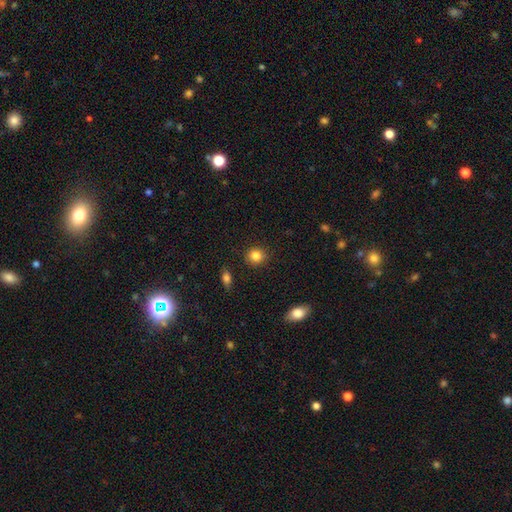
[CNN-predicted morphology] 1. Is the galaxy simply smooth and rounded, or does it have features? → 85% smooth, 10% star or artifact, 5% featured or disk.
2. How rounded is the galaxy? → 87% round, 12% in between, 1% cigar-shaped.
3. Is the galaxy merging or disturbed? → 89% none, 7% minor disturbance, 2% major disturbance, 1% merger.